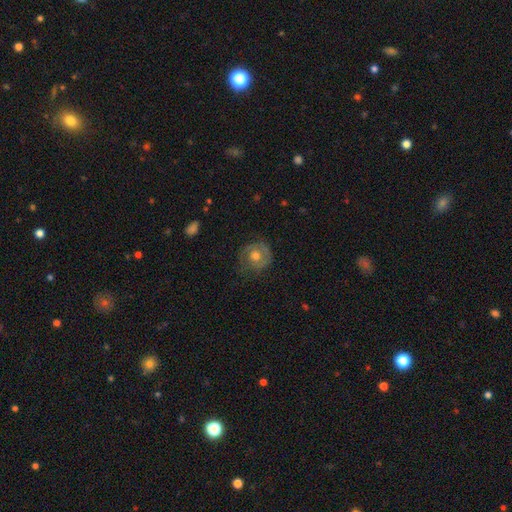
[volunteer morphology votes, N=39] smooth-or-featured: smooth: 56% | featured or disk: 41% | star or artifact: 3%
  how-rounded: round: 82% | in between: 18% | cigar-shaped: 0%
  merging: none: 53% | minor disturbance: 26% | major disturbance: 18% | merger: 3%